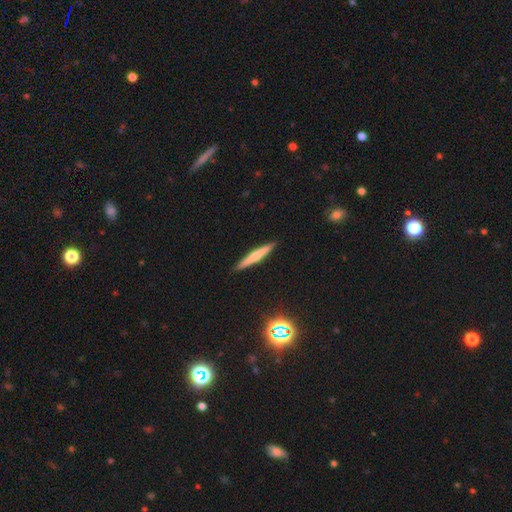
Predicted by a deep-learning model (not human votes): Smooth or featured? smooth (47%)
Merging? none (91%)